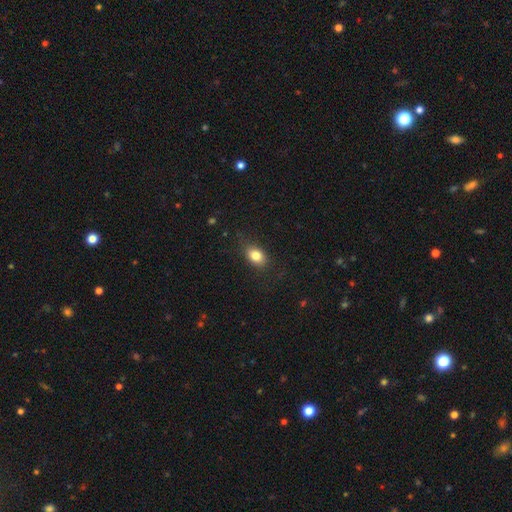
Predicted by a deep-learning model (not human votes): Overall: smooth (81%). How rounded: in between (74%). Merging: none (81%).